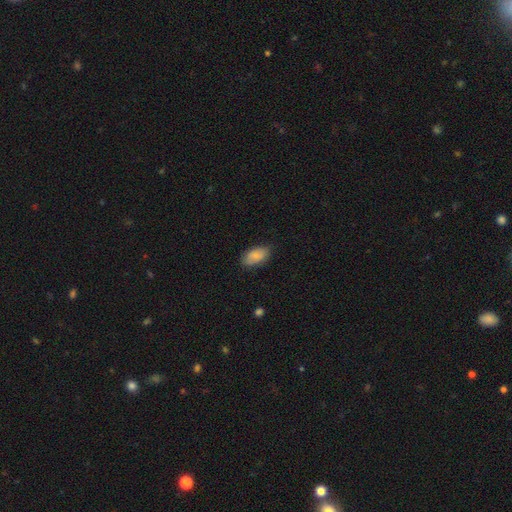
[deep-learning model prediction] The model was most divided on "merging": none: 79%, minor disturbance: 17%, major disturbance: 3%, merger: 1%. More confident: how rounded — in between (93%); smooth or featured — smooth (85%).